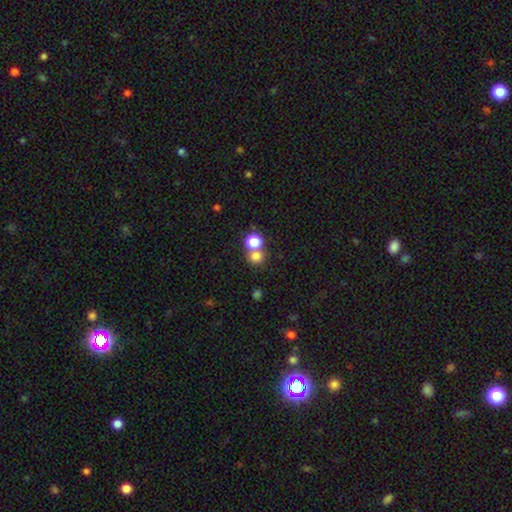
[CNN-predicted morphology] smooth_or_featured: smooth (p=0.77) [alt: star or artifact p=0.16]
how_rounded: round (p=0.83) [alt: in between p=0.16]
merging: none (p=0.54) [alt: merger p=0.36]